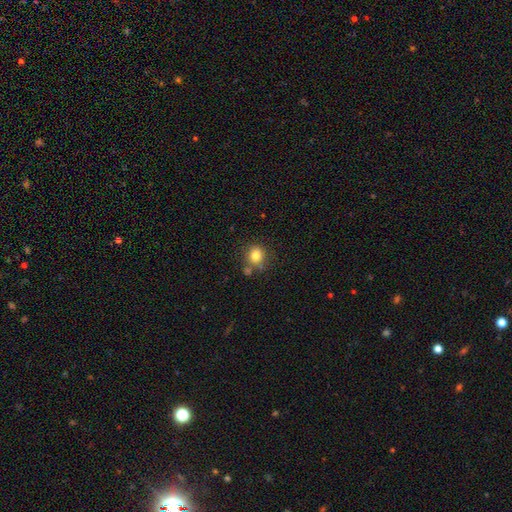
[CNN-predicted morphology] This is clearly a smooth galaxy (81%). How rounded: clearly round (85%). Merging: likely none (70%).